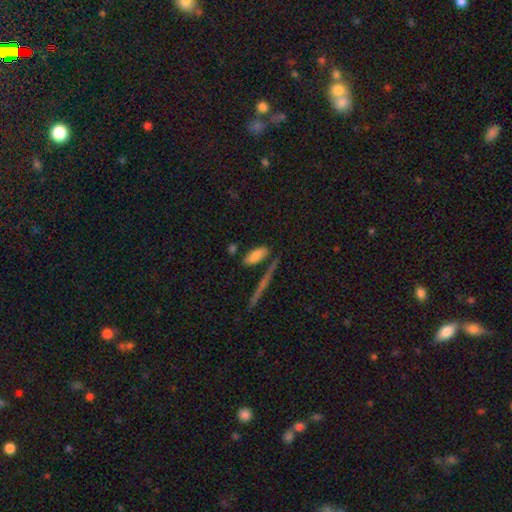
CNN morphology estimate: The model was most divided on "merging": none: 68%, minor disturbance: 17%, merger: 10%, major disturbance: 5%. More confident: how rounded — in between (79%); smooth or featured — smooth (79%).